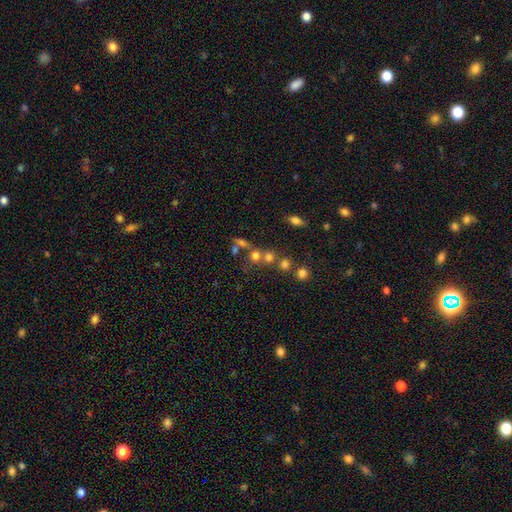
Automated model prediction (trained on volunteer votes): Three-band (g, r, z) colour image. It shows a smooth galaxy with no disk features (61%) that is round (79%). Merging: none (46%).